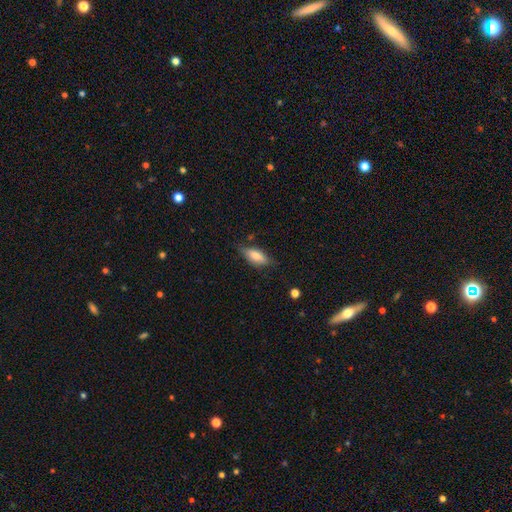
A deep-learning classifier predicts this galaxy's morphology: Overall: smooth (71%). How rounded: in between (76%). Merging: none (68%).